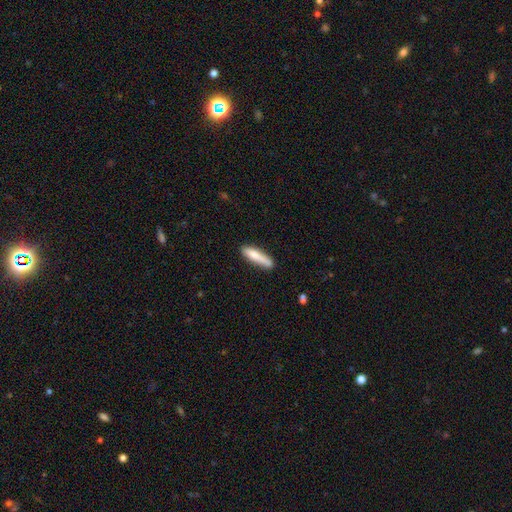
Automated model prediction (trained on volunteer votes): smooth_or_featured: smooth (p=0.76) [alt: featured or disk p=0.18]
how_rounded: cigar-shaped (p=0.80) [alt: in between p=0.18]
merging: none (p=0.70) [alt: minor disturbance p=0.21]